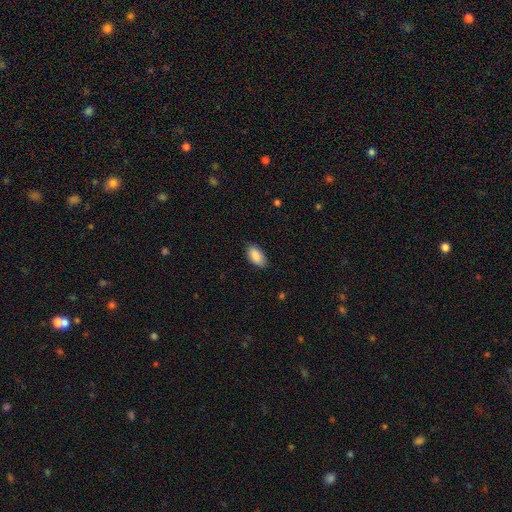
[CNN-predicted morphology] This is clearly a smooth galaxy (89%). How rounded: clearly in between (93%). Merging: clearly none (85%).